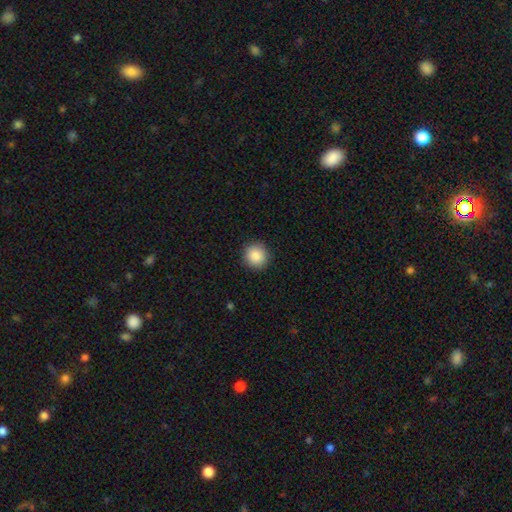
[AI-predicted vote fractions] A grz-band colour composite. It shows a smooth galaxy with no disk features (88%) that is round (93%). Merging: none (91%).